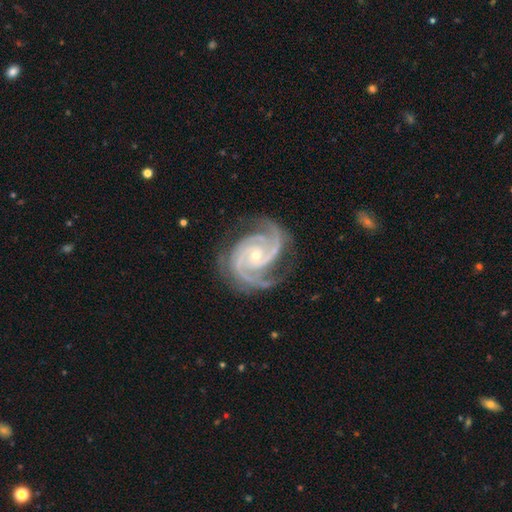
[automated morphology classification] The model was most divided on "spiral arm count": 3: 43%, 2: 41%, 4: 5%, can't tell: 4%, 1: 3%, more than 4: 3%. More confident: spiral arms — yes (99%); edge-on disk — no (98%); smooth or featured — featured or disk (94%); merging — none (75%); bulge size — small (72%); bar — no (65%); spiral winding — tight (57%).